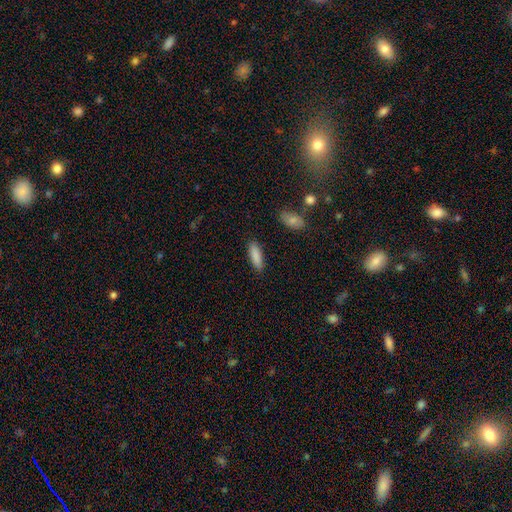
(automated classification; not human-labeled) Q: Smooth or featured?
A: smooth (87%); runner-up: featured or disk (7%)
Q: How rounded?
A: in between (50%); runner-up: cigar-shaped (49%)
Q: Merging?
A: none (87%); runner-up: minor disturbance (9%)